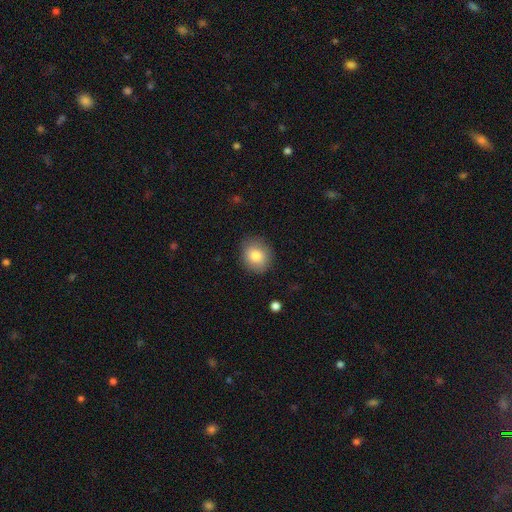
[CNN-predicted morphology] A smooth galaxy with no disk features (82%) that is round (74%).

Vote fractions:
- Smooth or featured? smooth: 82% / featured or disk: 10% / star or artifact: 9%
- How rounded? round: 74% / in between: 25% / cigar-shaped: 1%
- Merging? none: 85% / minor disturbance: 11% / major disturbance: 3% / merger: 1%